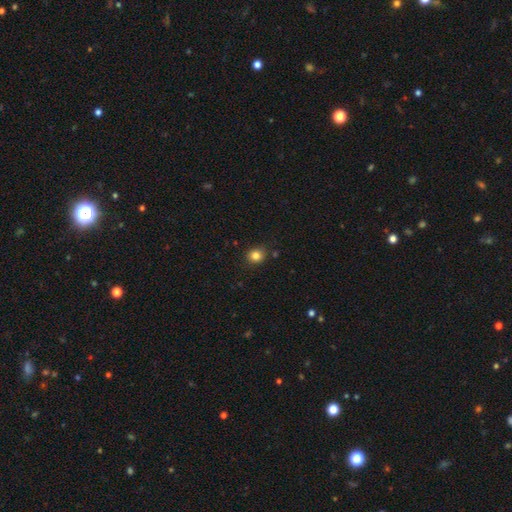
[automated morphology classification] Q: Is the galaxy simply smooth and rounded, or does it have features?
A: smooth — 83%.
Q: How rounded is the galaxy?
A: round — 80%.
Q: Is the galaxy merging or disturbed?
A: none — 86%.